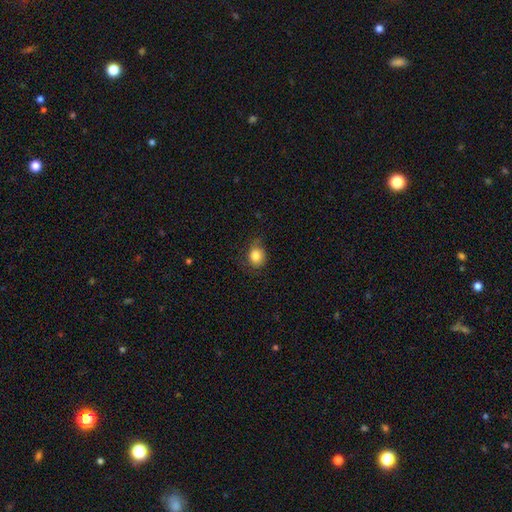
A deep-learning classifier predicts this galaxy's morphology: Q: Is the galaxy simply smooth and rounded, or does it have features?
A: smooth — 83%.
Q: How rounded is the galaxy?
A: round — 66%.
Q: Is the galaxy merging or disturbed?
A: none — 71%.